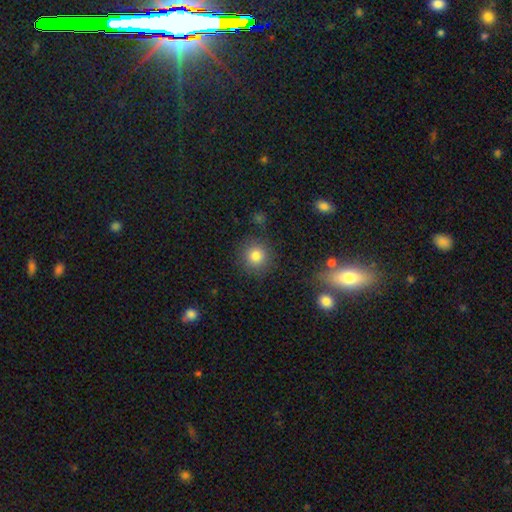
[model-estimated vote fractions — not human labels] This is clearly a smooth galaxy (82%). How rounded: clearly round (92%). Merging: clearly none (86%).